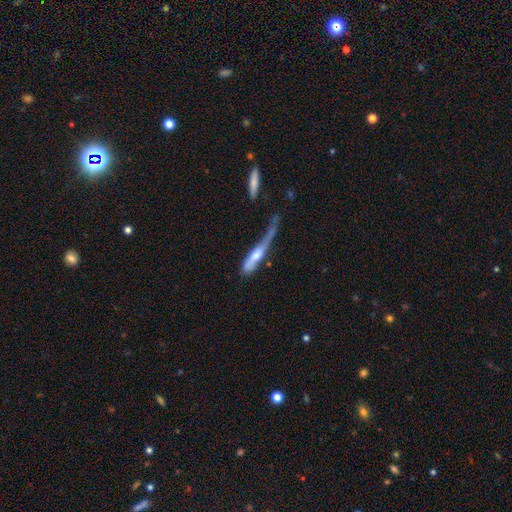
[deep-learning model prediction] smooth-or-featured: smooth: 52% | featured or disk: 41% | star or artifact: 7%
  how-rounded: cigar-shaped: 78% | in between: 20% | round: 2%
  merging: major disturbance: 42% | minor disturbance: 25% | none: 21% | merger: 12%